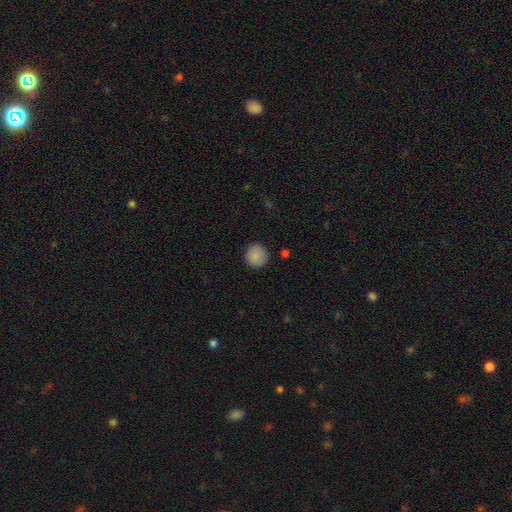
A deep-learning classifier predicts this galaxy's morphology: Smooth or featured? Predicted: smooth (p=0.88). How rounded? Predicted: round (p=0.92). Merging? Predicted: none (p=0.87).